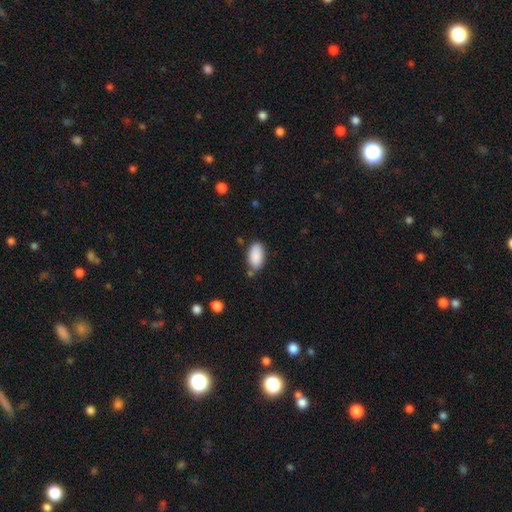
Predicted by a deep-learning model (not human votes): Smooth or featured?
  - smooth: 89% *
  - star or artifact: 7%
  - featured or disk: 4%
How rounded?
  - in between: 94% *
  - cigar-shaped: 3%
  - round: 3%
Merging?
  - none: 76% *
  - minor disturbance: 16%
  - merger: 5%
  - major disturbance: 3%